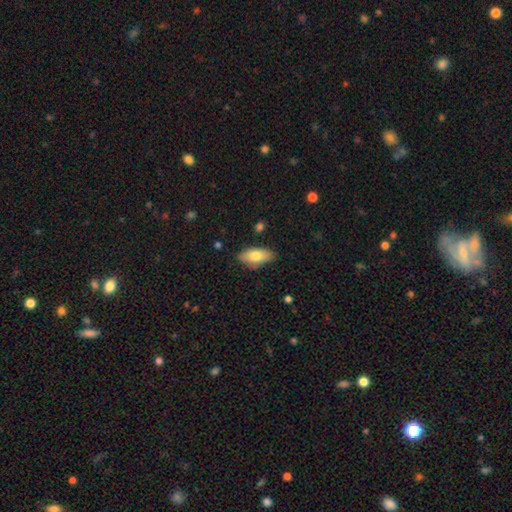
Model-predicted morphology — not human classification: This appears to be a smooth galaxy with no disk features (77%) that is in between round and cigar-shaped (87%). Merging: none (78%).